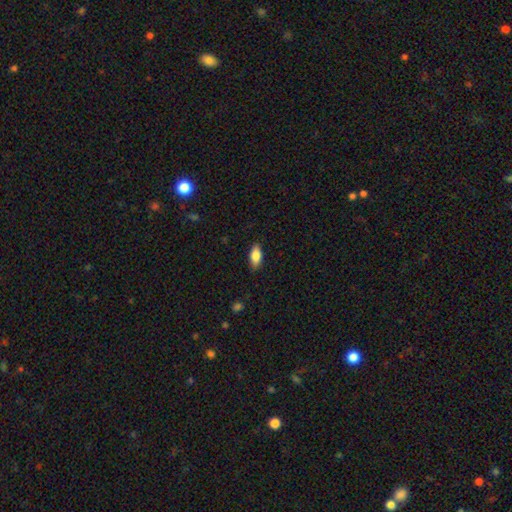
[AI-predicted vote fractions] This appears to be a smooth galaxy with no disk features (79%) that is in between round and cigar-shaped (85%). Merging: none (86%).